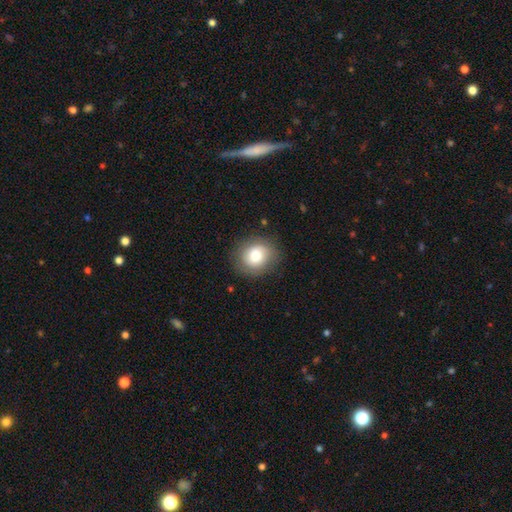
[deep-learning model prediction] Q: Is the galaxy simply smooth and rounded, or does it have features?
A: smooth — 75%.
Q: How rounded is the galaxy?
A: round — 72%.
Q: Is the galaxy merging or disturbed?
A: none — 80%.